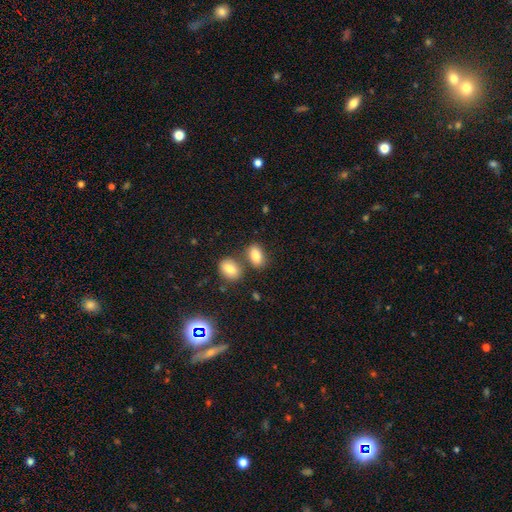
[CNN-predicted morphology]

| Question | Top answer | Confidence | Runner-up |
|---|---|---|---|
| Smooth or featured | smooth | 84% | star or artifact (9%) |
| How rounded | in between | 89% | round (9%) |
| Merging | none | 60% | merger (25%) |